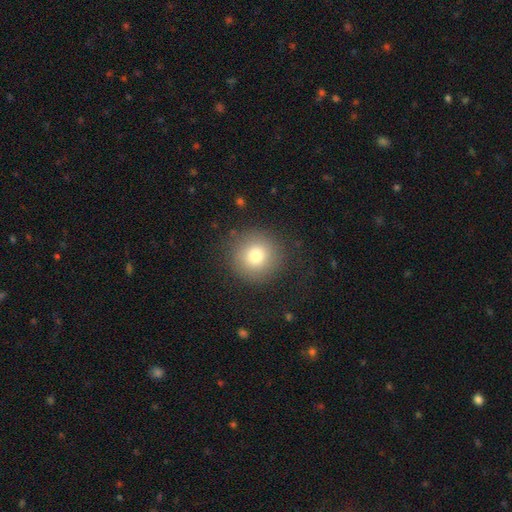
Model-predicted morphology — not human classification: type=smooth (78%); roundness=round (94%); merging=none (87%).